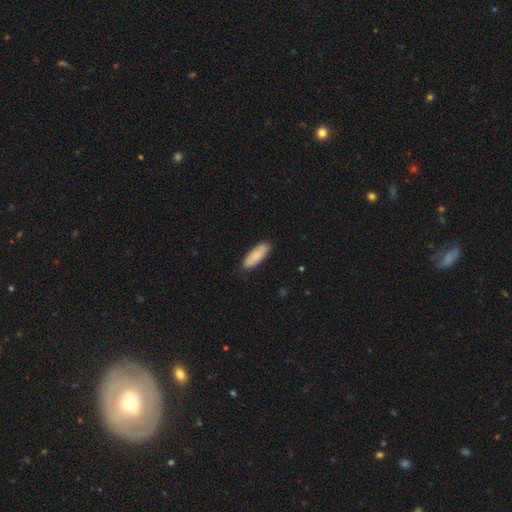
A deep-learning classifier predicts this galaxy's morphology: smooth 87%, featured or disk 8%, star or artifact 5%. Down the decision tree: how rounded — in between (69%); merging — none (88%).